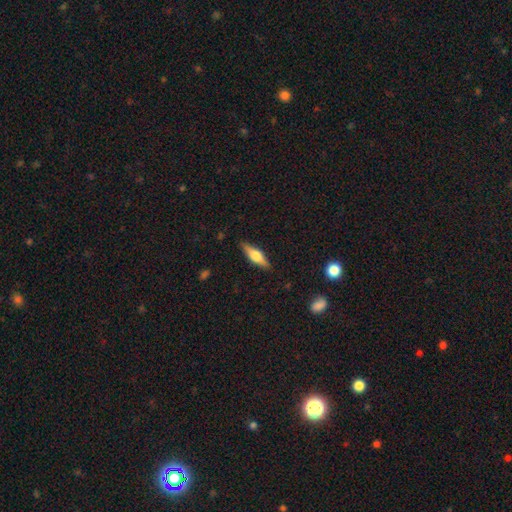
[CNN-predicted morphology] type=featured or disk (54%); edge-on=yes (95%); edge-on bulge=rounded (90%); merging=none (88%).